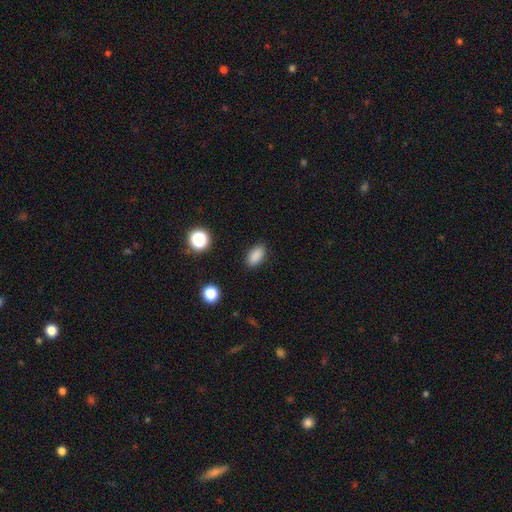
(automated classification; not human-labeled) A smooth galaxy with no disk features (86%) that is in between round and cigar-shaped (90%). Merging: none (88%).